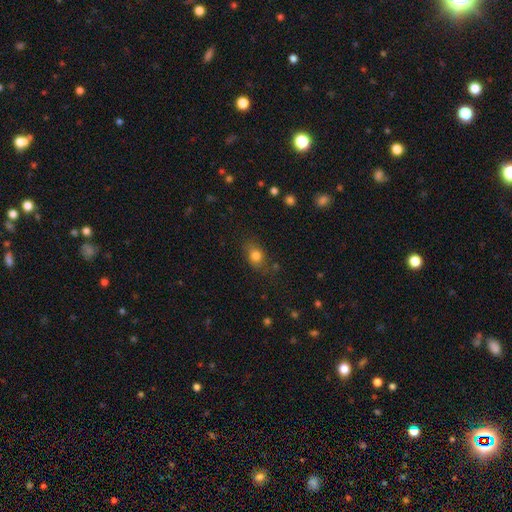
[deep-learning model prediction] smooth 79%, star or artifact 12%, featured or disk 9%. Down the decision tree: how rounded — in between (62%); merging — none (75%).